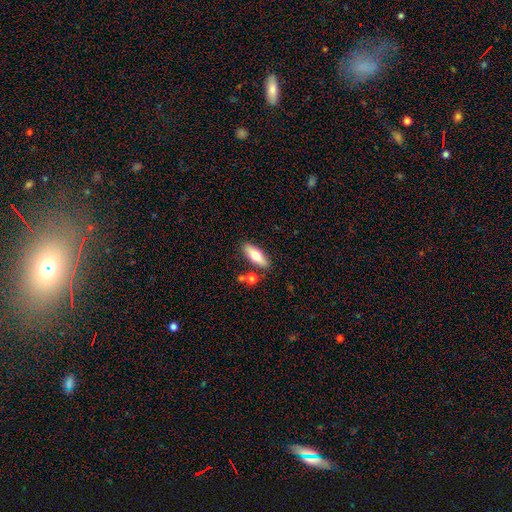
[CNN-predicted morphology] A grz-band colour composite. It shows a smooth galaxy with no disk features (65%) that is in between round and cigar-shaped (63%). Merging: none (81%).